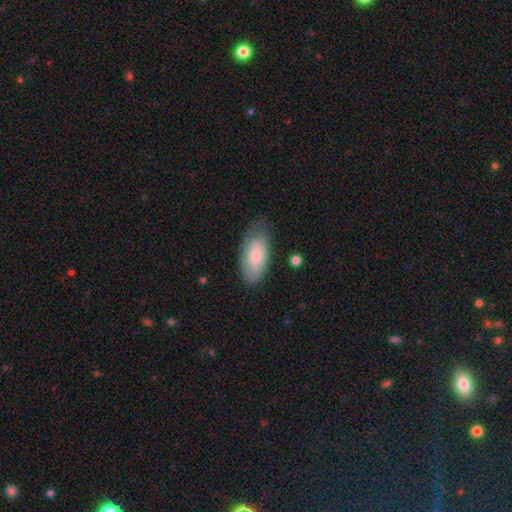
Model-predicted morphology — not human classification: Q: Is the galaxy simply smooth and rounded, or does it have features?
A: smooth — 75%.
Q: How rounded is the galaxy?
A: in between — 91%.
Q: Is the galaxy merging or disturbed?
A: none — 62%.